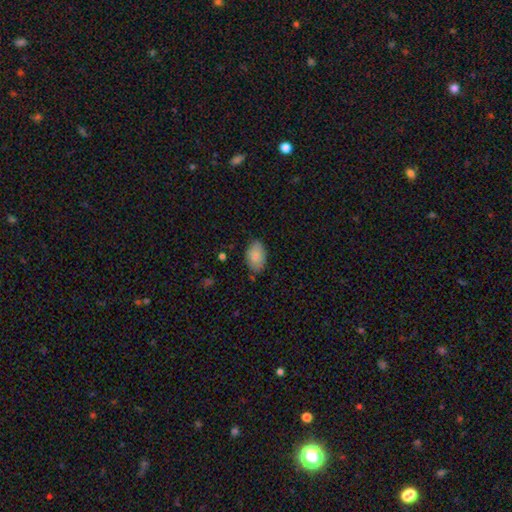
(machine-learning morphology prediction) This is clearly a smooth galaxy (85%). How rounded: clearly in between (90%). Merging: likely none (77%).